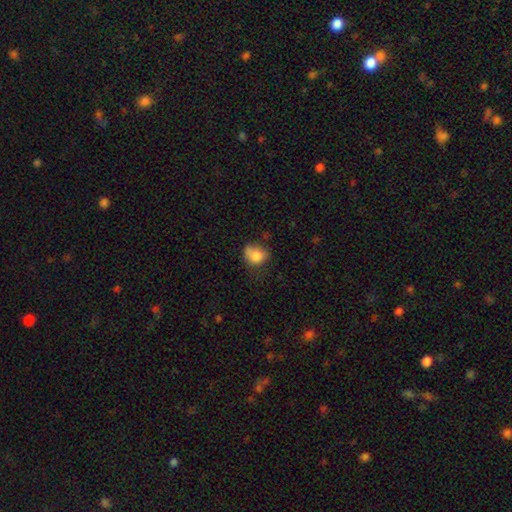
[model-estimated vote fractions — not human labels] This is clearly a smooth galaxy (80%). How rounded: possibly round (53%). Merging: marginally none (45%).